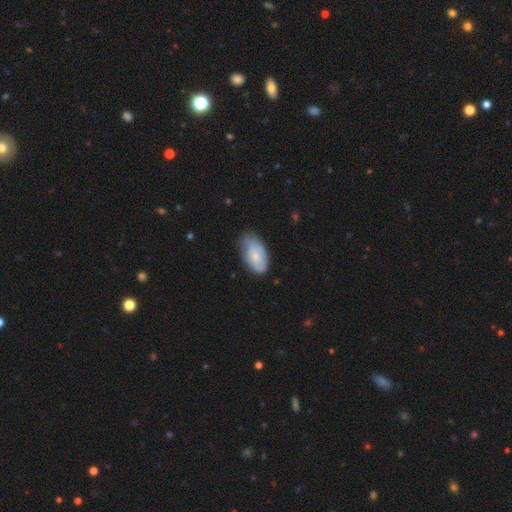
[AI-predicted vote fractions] smooth 73%, featured or disk 21%, star or artifact 6%. Down the decision tree: how rounded — in between (94%); merging — none (58%).